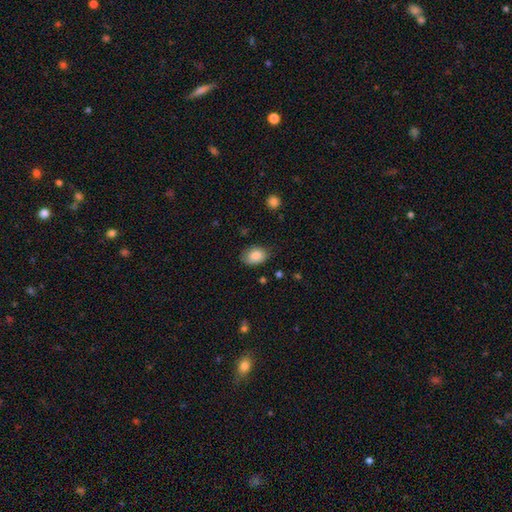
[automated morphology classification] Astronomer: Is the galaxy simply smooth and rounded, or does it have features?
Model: smooth — 86%.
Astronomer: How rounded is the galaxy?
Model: in between — 80%.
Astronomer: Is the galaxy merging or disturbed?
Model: none — 72%.